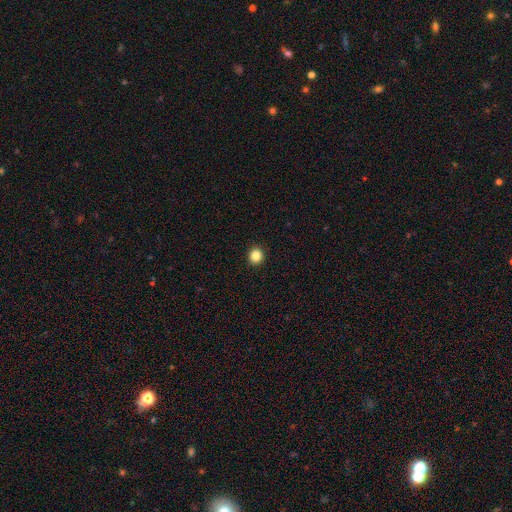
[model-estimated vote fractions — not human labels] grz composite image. It shows a smooth galaxy with no disk features (86%) that is round (89%). Merging: none (93%).